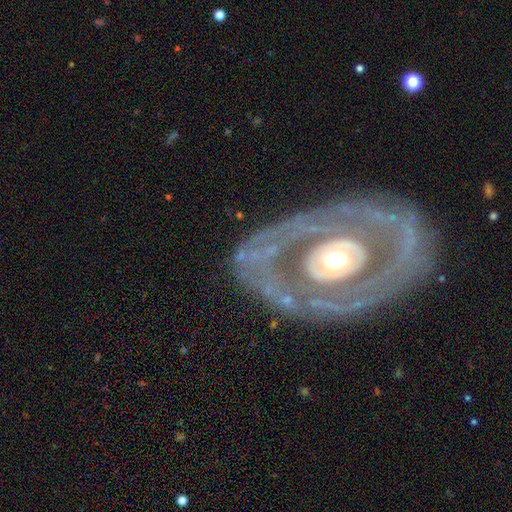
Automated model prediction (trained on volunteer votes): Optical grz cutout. It shows a featured or disk galaxy (82%) with no bar (81%), spiral arms (51%) and a moderate central bulge (64%). Merging: none (77%).